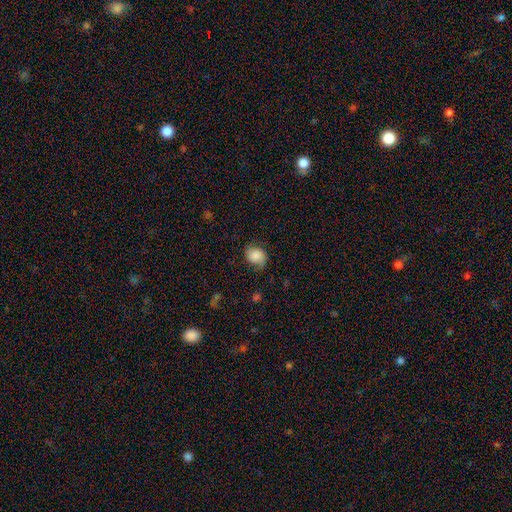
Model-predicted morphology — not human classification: A smooth galaxy with no disk features (72%) that is round (50%).

Vote fractions:
- Smooth or featured? smooth: 72% / featured or disk: 19% / star or artifact: 9%
- How rounded? round: 50% / in between: 49% / cigar-shaped: 1%
- Merging? none: 63% / minor disturbance: 26% / major disturbance: 9% / merger: 1%